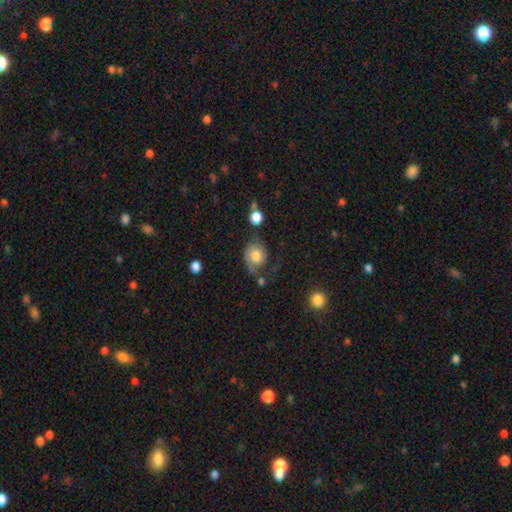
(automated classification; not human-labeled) Smooth or featured? smooth (62%)
How rounded? round (54%)
Merging? none (40%)